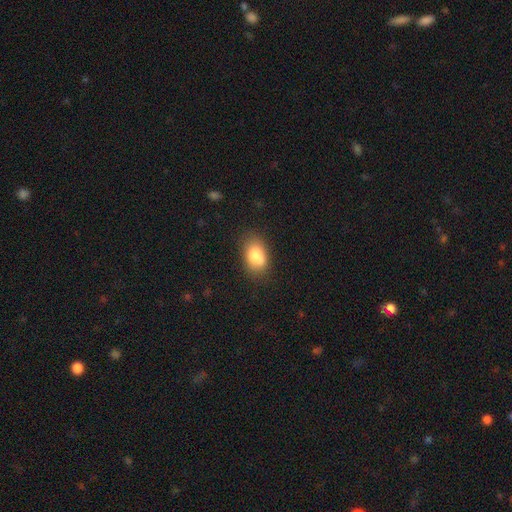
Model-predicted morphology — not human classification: This is clearly a smooth galaxy (81%). How rounded: clearly in between (83%). Merging: likely none (65%).